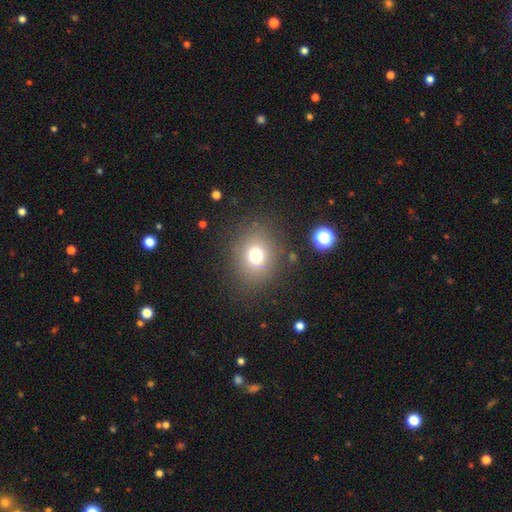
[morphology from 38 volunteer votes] Q: Smooth or featured?
A: smooth (82%); runner-up: featured or disk (11%)
Q: How rounded?
A: round (65%); runner-up: in between (35%)
Q: Merging?
A: none (69%); runner-up: minor disturbance (23%)